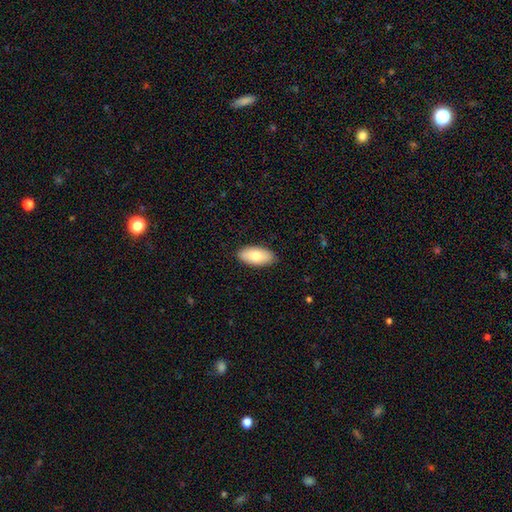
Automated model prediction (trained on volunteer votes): smooth 77%, featured or disk 17%, star or artifact 6%. Down the decision tree: how rounded — in between (93%); merging — none (88%).